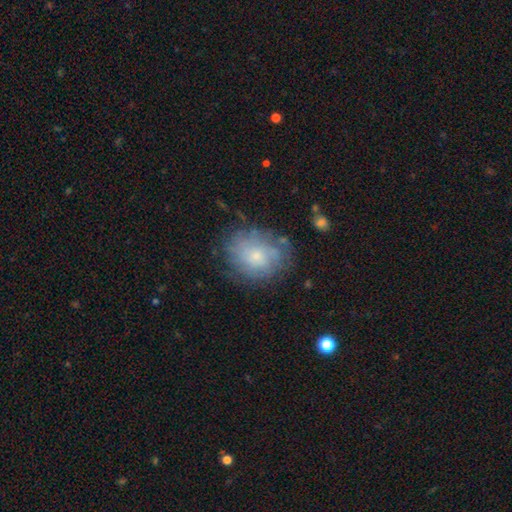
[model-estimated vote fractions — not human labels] Q: Smooth or featured?
A: smooth (46%); runner-up: featured or disk (44%)
Q: Merging?
A: none (67%); runner-up: minor disturbance (22%)